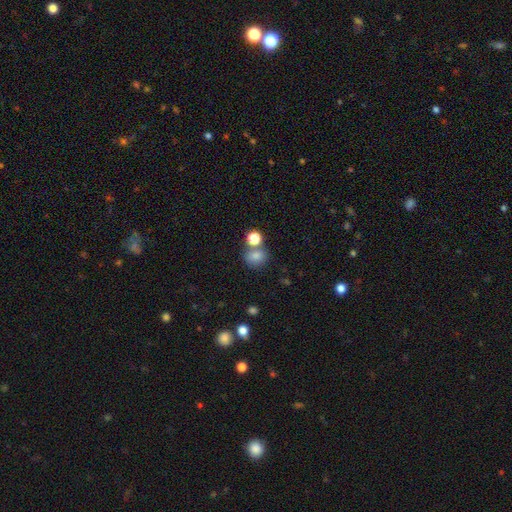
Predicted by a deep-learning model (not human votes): Smooth or featured? smooth (79%)
How rounded? round (67%)
Merging? none (58%)